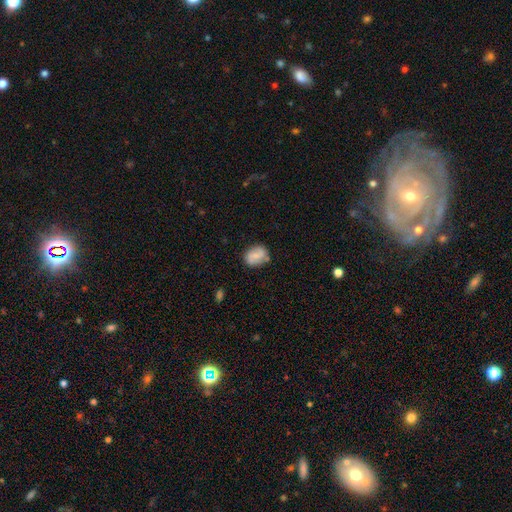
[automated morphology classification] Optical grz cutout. It shows a smooth galaxy with no disk features (53%) that is in between round and cigar-shaped (54%). Merging: none (73%).